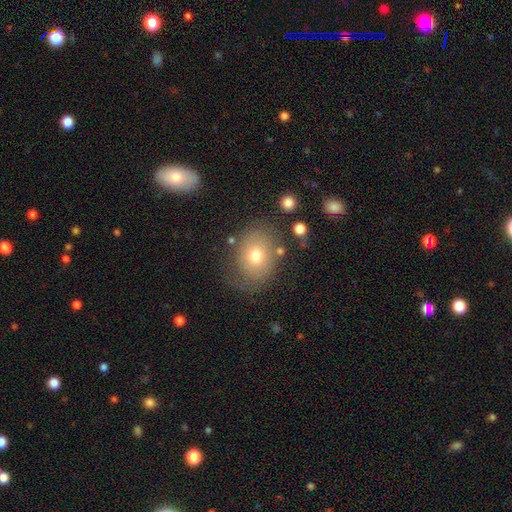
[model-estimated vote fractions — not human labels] Smooth or featured: smooth — 67% (featured or disk — 22%)
How rounded: in between — 53% (round — 46%)
Merging: none — 68% (minor disturbance — 18%)